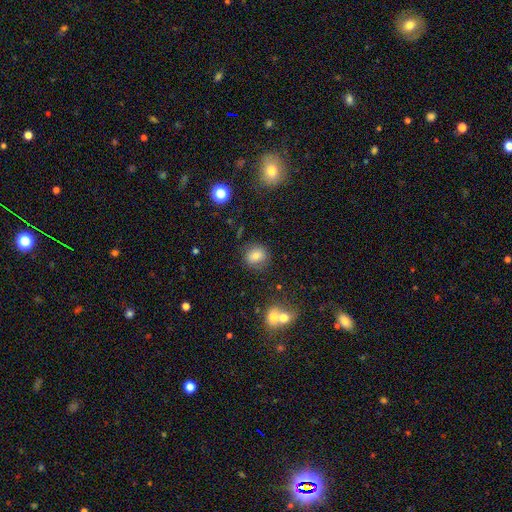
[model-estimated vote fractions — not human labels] A smooth galaxy with no disk features (78%) that is round (77%).

Vote fractions:
- Smooth or featured? smooth: 78% / star or artifact: 12% / featured or disk: 11%
- How rounded? round: 77% / in between: 22% / cigar-shaped: 1%
- Merging? none: 78% / minor disturbance: 13% / merger: 5% / major disturbance: 4%